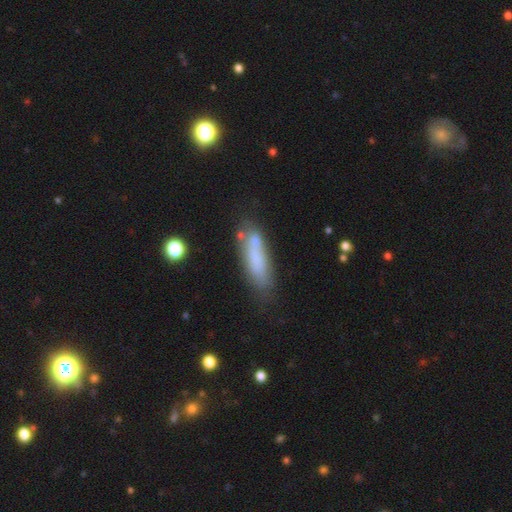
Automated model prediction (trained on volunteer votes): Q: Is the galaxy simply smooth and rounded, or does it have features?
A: smooth — 68%.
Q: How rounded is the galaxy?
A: cigar-shaped — 60%.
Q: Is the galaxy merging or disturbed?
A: none — 60%.